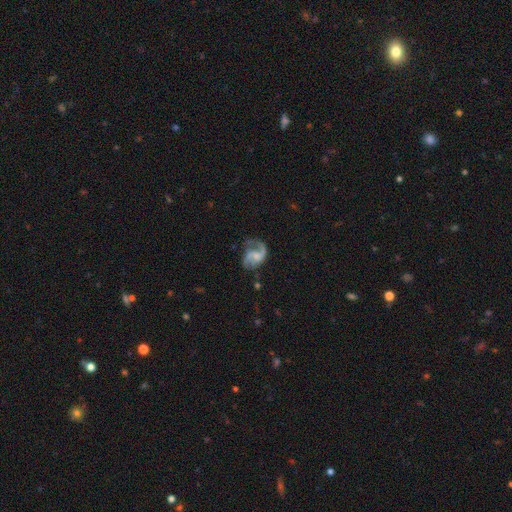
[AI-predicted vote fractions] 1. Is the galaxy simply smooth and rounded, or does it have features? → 79% featured or disk, 14% smooth, 7% star or artifact.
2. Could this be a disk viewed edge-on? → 98% no, 2% yes.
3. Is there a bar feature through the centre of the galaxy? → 50% no, 40% weak, 9% strong.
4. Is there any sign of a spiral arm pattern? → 92% yes, 8% no.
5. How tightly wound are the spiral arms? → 50% loose, 40% medium, 10% tight.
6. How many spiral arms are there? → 69% 2, 17% 1, 6% can't tell, 5% 3, 2% 4, 2% more than 4.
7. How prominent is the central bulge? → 35% small, 34% none, 24% moderate, 5% large, 1% dominant.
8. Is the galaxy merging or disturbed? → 46% none, 29% major disturbance, 21% minor disturbance, 4% merger.